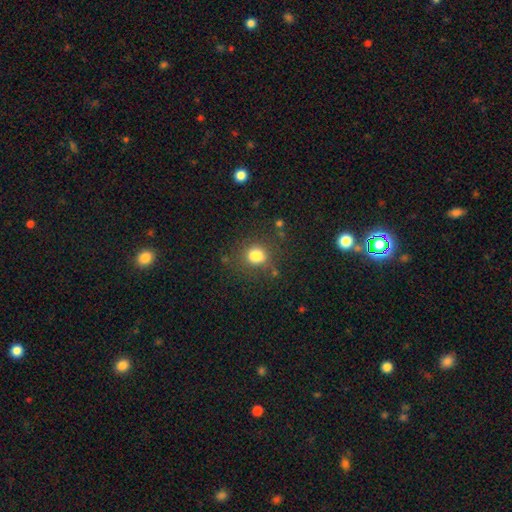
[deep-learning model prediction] A smooth galaxy with no disk features (81%) that is round (80%).

Vote fractions:
- Smooth or featured? smooth: 81% / star or artifact: 13% / featured or disk: 6%
- How rounded? round: 80% / in between: 19% / cigar-shaped: 1%
- Merging? none: 76% / minor disturbance: 14% / major disturbance: 6% / merger: 4%